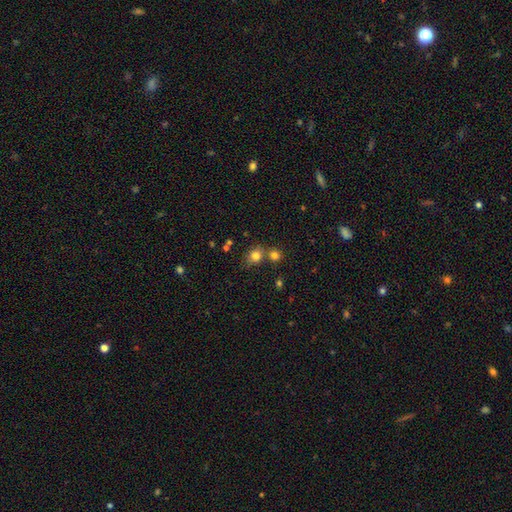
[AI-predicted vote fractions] A smooth galaxy with no disk features (79%) that is round (73%).

Vote fractions:
- Smooth or featured? smooth: 79% / star or artifact: 13% / featured or disk: 8%
- How rounded? round: 73% / in between: 26% / cigar-shaped: 1%
- Merging? none: 59% / merger: 25% / minor disturbance: 12% / major disturbance: 4%